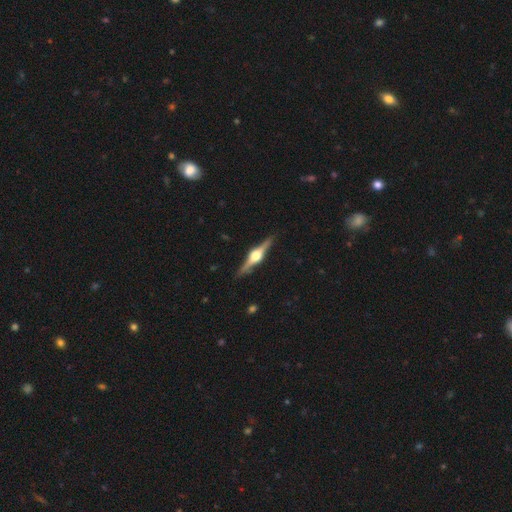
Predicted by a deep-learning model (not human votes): Smooth or featured: featured or disk — 83% (smooth — 12%)
Edge-on disk: yes — 98% (no — 2%)
Edge-on bulge: rounded — 95% (boxy — 4%)
Merging: none — 91% (minor disturbance — 7%)